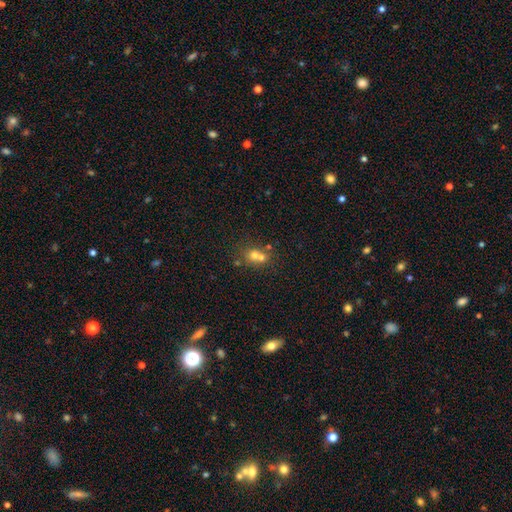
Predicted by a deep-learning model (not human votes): Smooth or featured? Predicted: smooth (p=0.62). How rounded? Predicted: round (p=0.74). Merging? Predicted: merger (p=0.54).